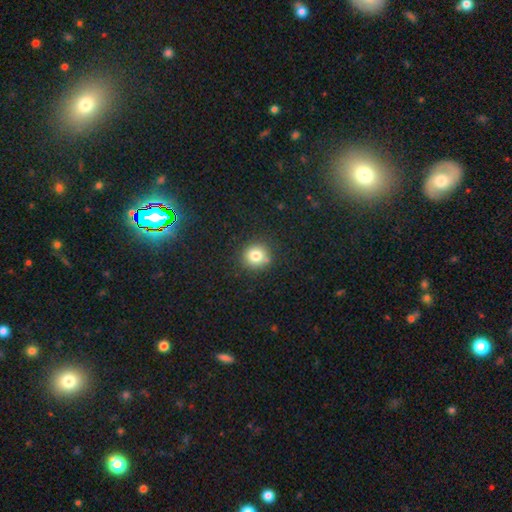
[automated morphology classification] A smooth galaxy with no disk features (80%) that is round (91%). Merging: none (86%).